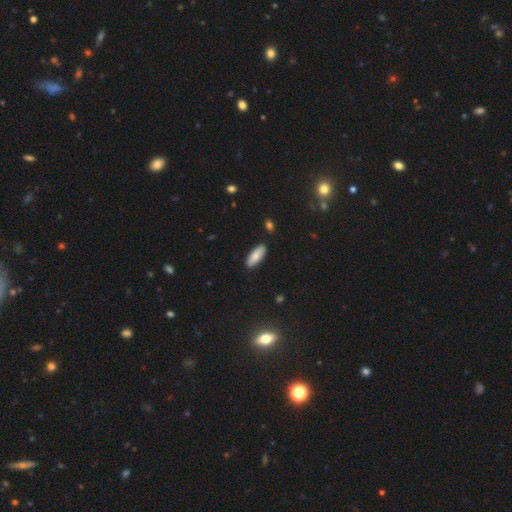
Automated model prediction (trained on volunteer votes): Morphology: type=smooth (84%); roundness=in between (66%); merging=none (89%).